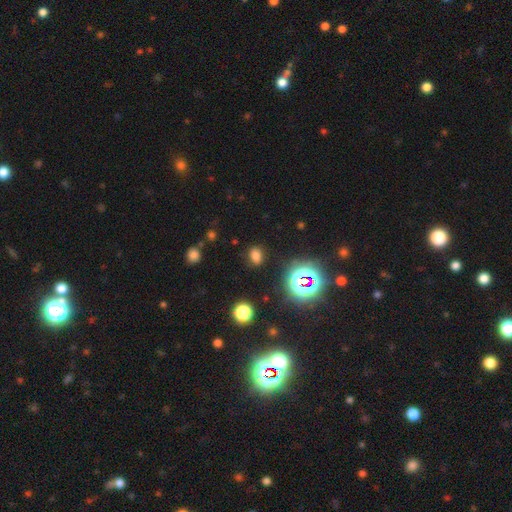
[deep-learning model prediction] A smooth galaxy with no disk features (68%) that is in between round and cigar-shaped (69%).

Vote fractions:
- Smooth or featured? smooth: 68% / star or artifact: 26% / featured or disk: 7%
- How rounded? in between: 69% / round: 29% / cigar-shaped: 2%
- Merging? none: 83% / minor disturbance: 11% / major disturbance: 4% / merger: 2%